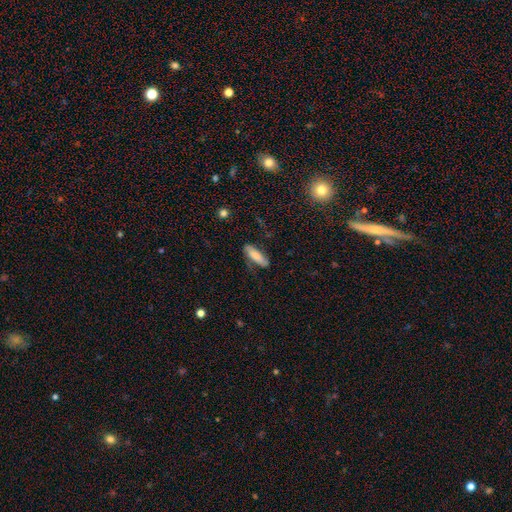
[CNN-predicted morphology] type=smooth (70%); roundness=in between (58%); merging=none (73%).